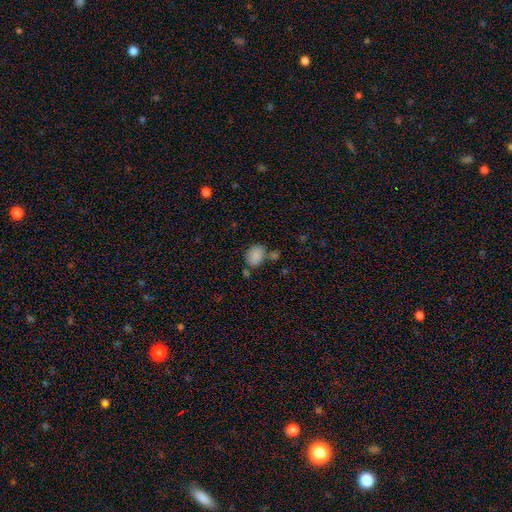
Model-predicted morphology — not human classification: This appears to be a smooth galaxy with no disk features (84%) that is in between round and cigar-shaped (64%). Merging: none (60%).